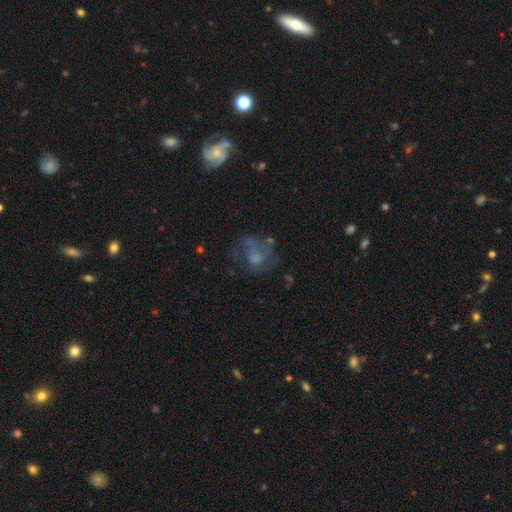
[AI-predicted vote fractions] smooth-or-featured: featured or disk: 45% | smooth: 39% | star or artifact: 16%
  merging: none: 45% | major disturbance: 30% | minor disturbance: 20% | merger: 5%